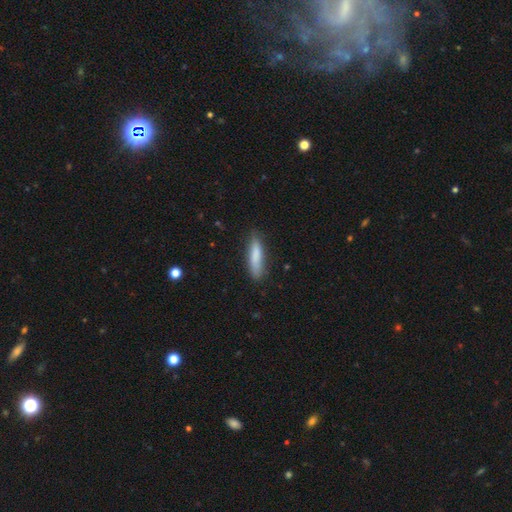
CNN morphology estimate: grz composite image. It shows a smooth galaxy with no disk features (81%) that is cigar-shaped (76%). Merging: none (78%).